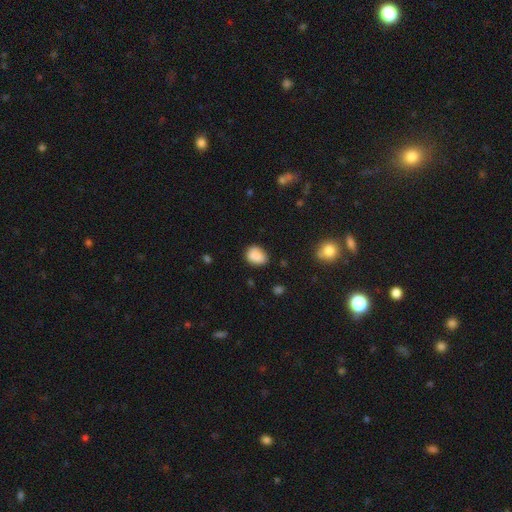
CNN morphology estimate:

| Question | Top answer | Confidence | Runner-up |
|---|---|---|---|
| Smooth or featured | smooth | 86% | star or artifact (8%) |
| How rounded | in between | 65% | round (34%) |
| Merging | none | 69% | minor disturbance (24%) |